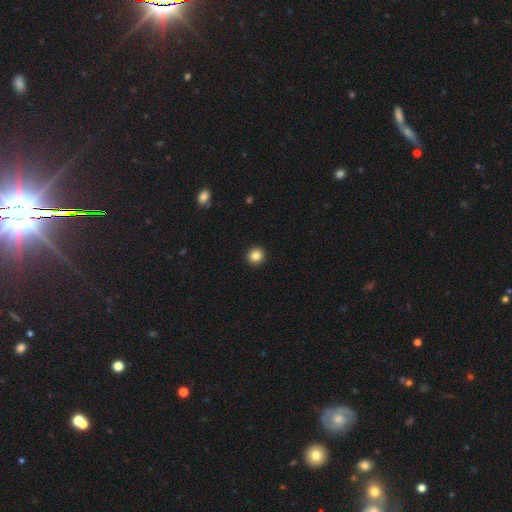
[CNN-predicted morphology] Smooth or featured? Predicted: smooth (p=0.85). How rounded? Predicted: round (p=0.93). Merging? Predicted: none (p=0.93).